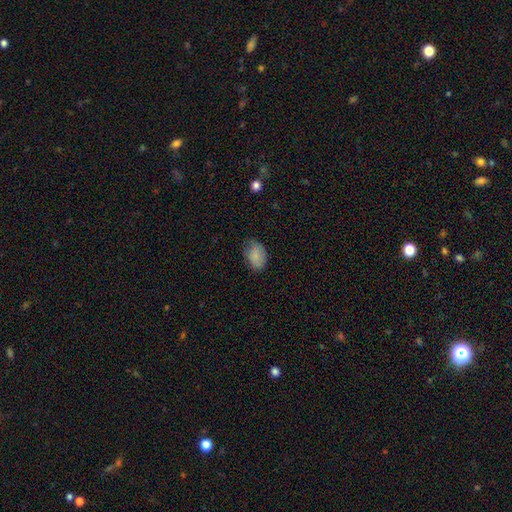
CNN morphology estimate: This is clearly a smooth galaxy (84%). How rounded: likely in between (80%). Merging: likely none (62%).